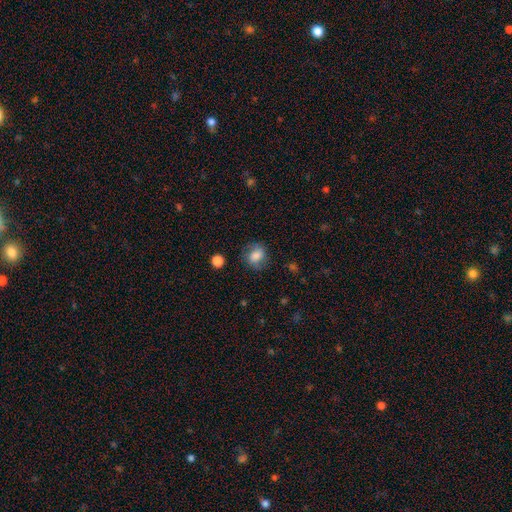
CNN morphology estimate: Q: Smooth or featured?
A: smooth (79%); runner-up: featured or disk (12%)
Q: How rounded?
A: round (52%); runner-up: in between (46%)
Q: Merging?
A: none (74%); runner-up: minor disturbance (17%)